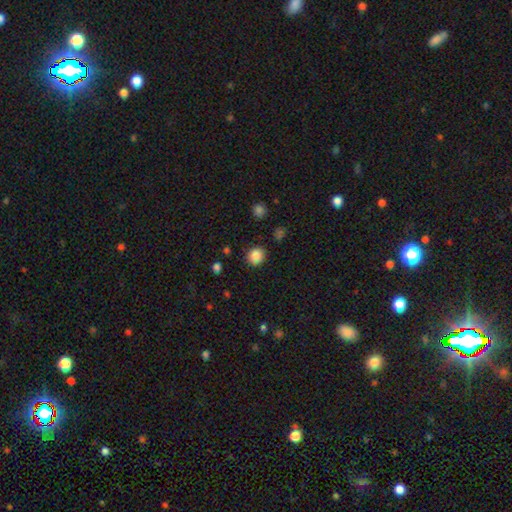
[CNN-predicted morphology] A smooth galaxy with no disk features (86%) that is round (83%).

Vote fractions:
- Smooth or featured? smooth: 86% / star or artifact: 10% / featured or disk: 4%
- How rounded? round: 83% / in between: 16% / cigar-shaped: 1%
- Merging? none: 87% / minor disturbance: 9% / major disturbance: 2% / merger: 2%